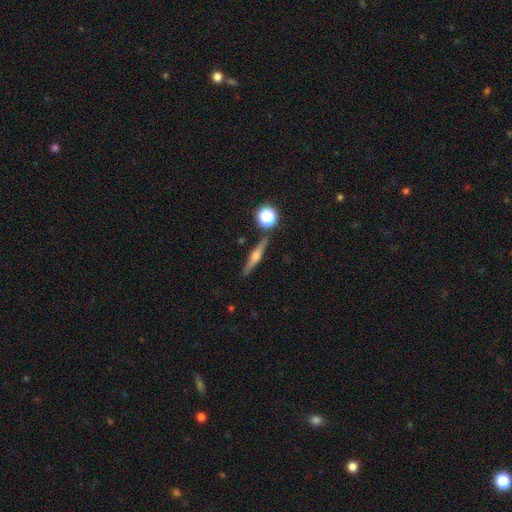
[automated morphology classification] A featured or disk galaxy (65%) viewed edge-on (97%) with a rounded central bulge (87%). Merging: none (87%).